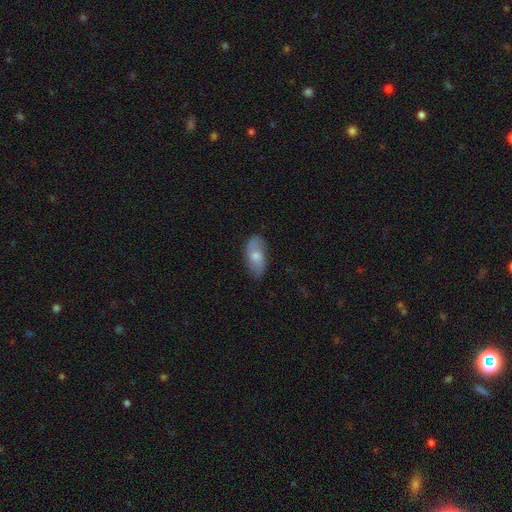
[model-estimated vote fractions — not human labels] Overall: smooth (58%; featured or disk 36%). How rounded: in between (92%). Merging: none (78%).